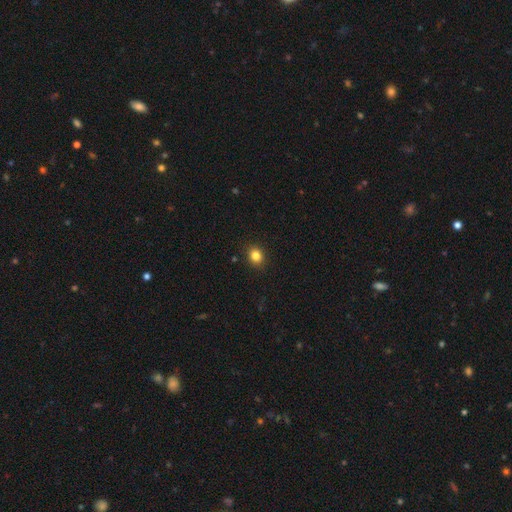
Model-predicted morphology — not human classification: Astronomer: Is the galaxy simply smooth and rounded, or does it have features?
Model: smooth — 84%.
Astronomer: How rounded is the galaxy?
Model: round — 64%.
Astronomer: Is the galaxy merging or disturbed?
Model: none — 89%.